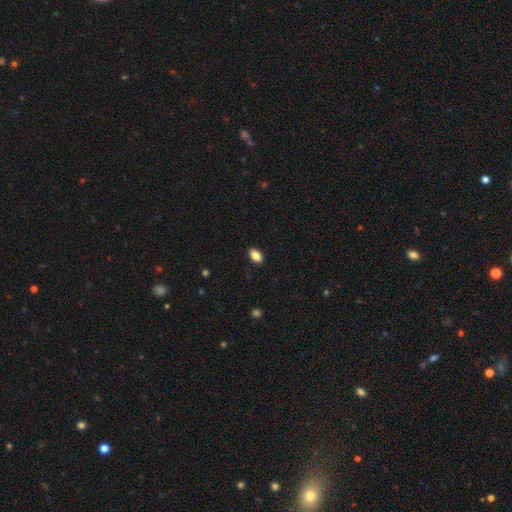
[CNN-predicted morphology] This is clearly a smooth galaxy (87%). How rounded: clearly in between (90%). Merging: clearly none (90%).